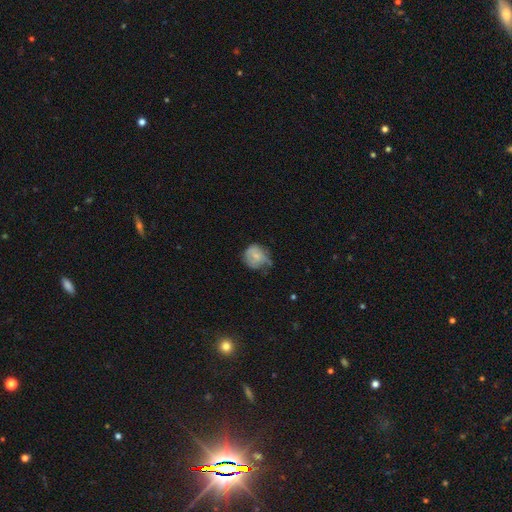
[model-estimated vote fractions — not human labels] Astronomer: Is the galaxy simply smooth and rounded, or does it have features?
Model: smooth — 60%.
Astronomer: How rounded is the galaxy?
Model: round — 75%.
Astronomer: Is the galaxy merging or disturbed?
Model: none — 40% (runner-up: minor disturbance, 37%).